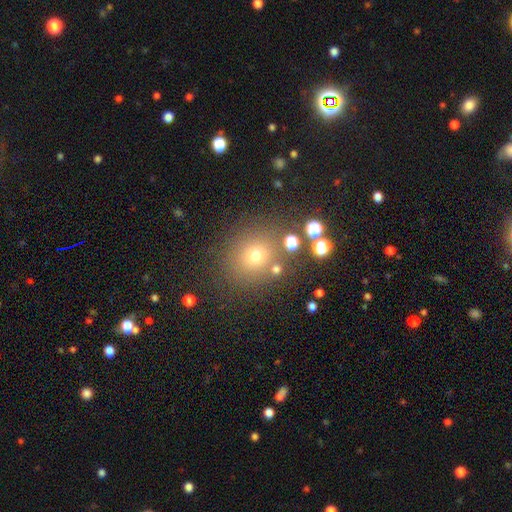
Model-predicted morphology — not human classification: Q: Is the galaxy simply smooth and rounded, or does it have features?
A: smooth — 68%.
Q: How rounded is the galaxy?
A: round — 84%.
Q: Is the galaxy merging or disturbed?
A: none — 79%.